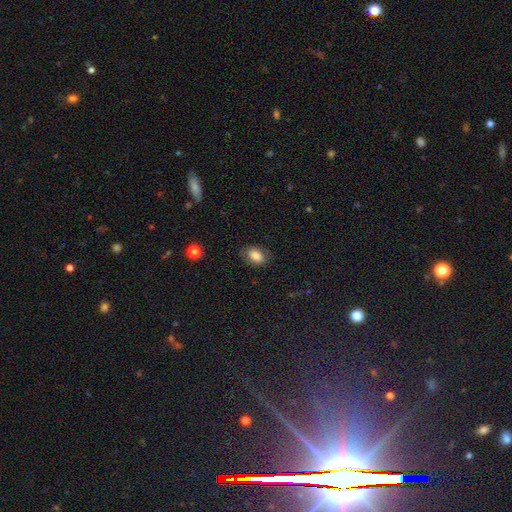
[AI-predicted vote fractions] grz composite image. It shows a smooth galaxy with no disk features (81%) that is in between round and cigar-shaped (85%). Merging: none (79%).